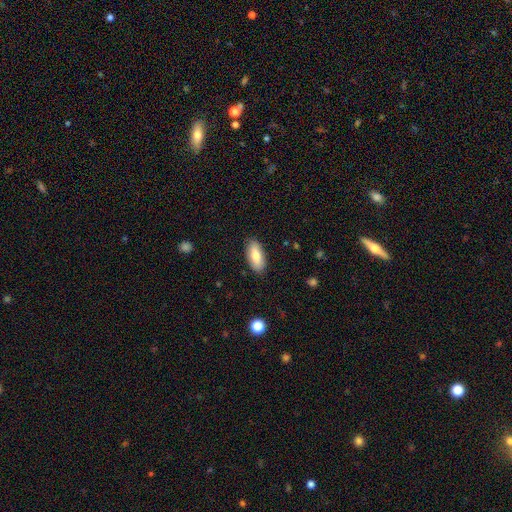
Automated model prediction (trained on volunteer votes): smooth-or-featured: smooth: 76% | featured or disk: 18% | star or artifact: 6%
  how-rounded: in between: 85% | cigar-shaped: 12% | round: 2%
  merging: none: 87% | minor disturbance: 10% | major disturbance: 2% | merger: 1%